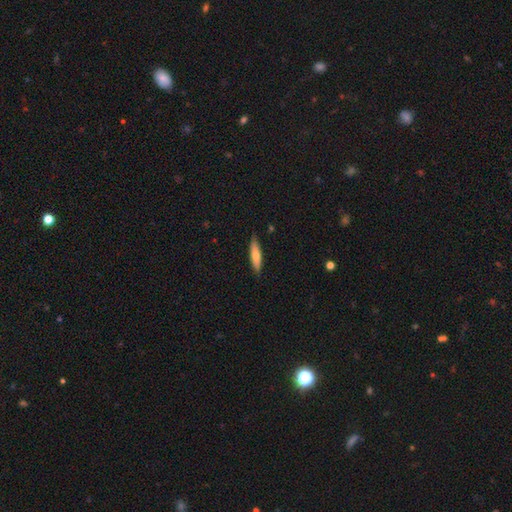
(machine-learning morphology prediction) A smooth galaxy with no disk features (65%) that is cigar-shaped (75%).

Vote fractions:
- Smooth or featured? smooth: 65% / featured or disk: 29% / star or artifact: 6%
- How rounded? cigar-shaped: 75% / in between: 23% / round: 2%
- Merging? none: 85% / minor disturbance: 12% / major disturbance: 2% / merger: 1%